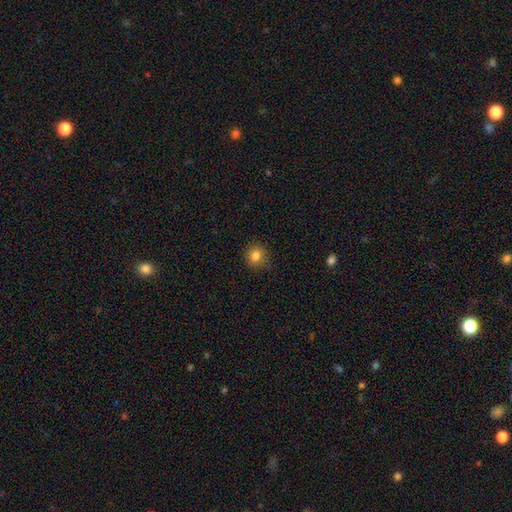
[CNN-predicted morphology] Q: Smooth or featured?
A: smooth (82%); runner-up: star or artifact (12%)
Q: How rounded?
A: round (91%); runner-up: in between (8%)
Q: Merging?
A: none (87%); runner-up: minor disturbance (9%)